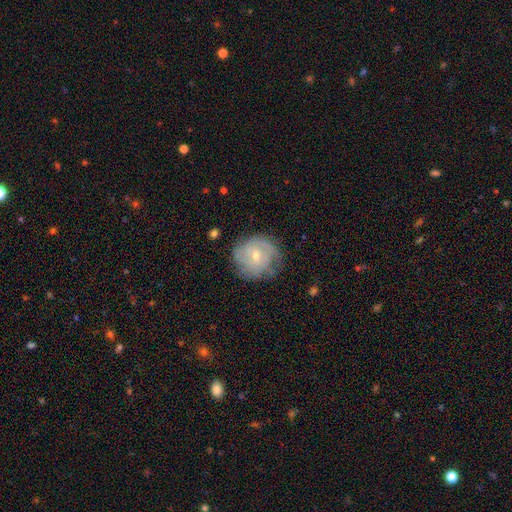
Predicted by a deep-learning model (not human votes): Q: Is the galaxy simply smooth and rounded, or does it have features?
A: featured or disk — 64%.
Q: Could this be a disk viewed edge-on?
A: no — 97%.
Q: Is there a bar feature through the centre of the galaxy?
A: no — 57%.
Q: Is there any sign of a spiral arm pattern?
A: yes — 84%.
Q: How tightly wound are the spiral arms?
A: tight — 58%.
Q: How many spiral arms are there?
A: can't tell — 44%.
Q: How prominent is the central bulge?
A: small — 56%.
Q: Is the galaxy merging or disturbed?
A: none — 68%.